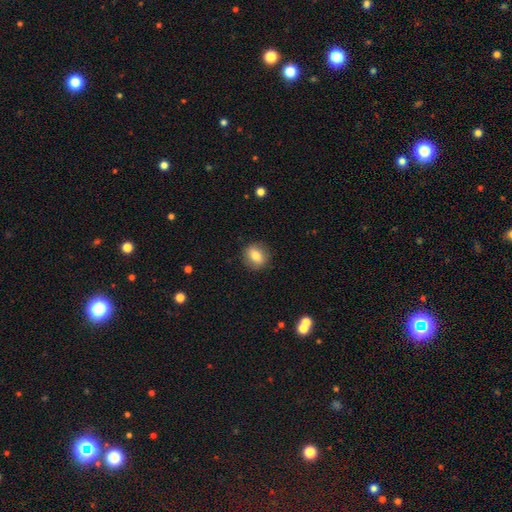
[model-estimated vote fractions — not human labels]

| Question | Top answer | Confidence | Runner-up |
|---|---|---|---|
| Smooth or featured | smooth | 77% | featured or disk (14%) |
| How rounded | round | 71% | in between (28%) |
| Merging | none | 87% | minor disturbance (9%) |